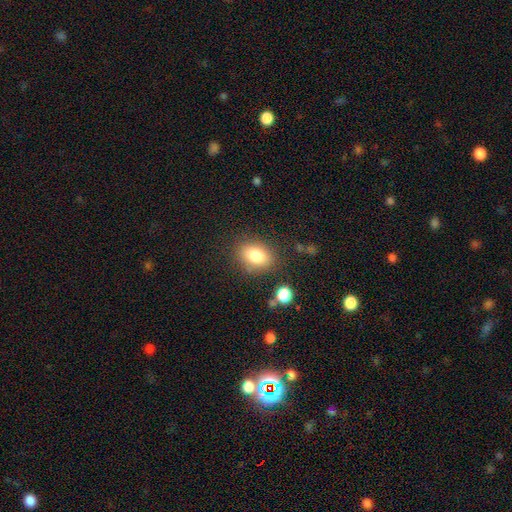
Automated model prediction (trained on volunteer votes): This appears to be a smooth galaxy with no disk features (81%) that is in between round and cigar-shaped (70%). Merging: none (80%).